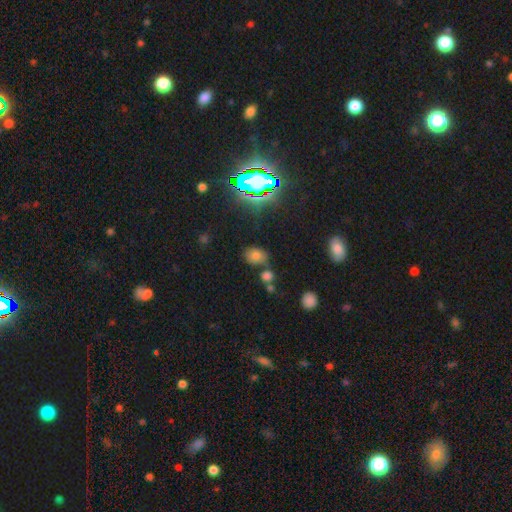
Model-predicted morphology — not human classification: A smooth galaxy with no disk features (64%) that is in between round and cigar-shaped (63%). Merging: none (68%).